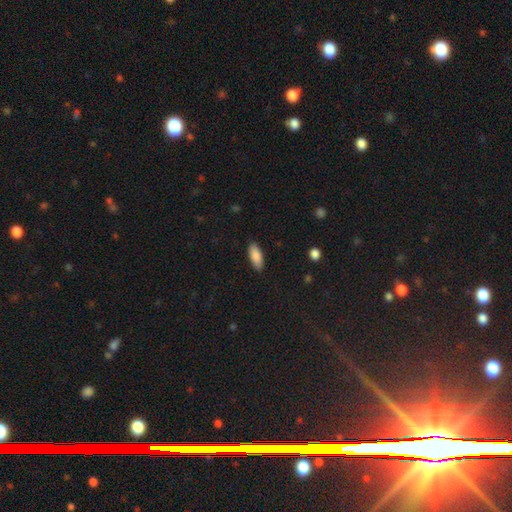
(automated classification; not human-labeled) Smooth or featured: smooth — 87% (featured or disk — 7%)
How rounded: in between — 78% (cigar-shaped — 20%)
Merging: none — 88% (minor disturbance — 9%)